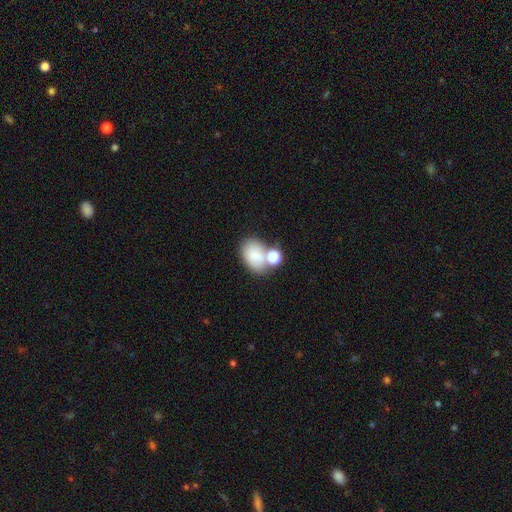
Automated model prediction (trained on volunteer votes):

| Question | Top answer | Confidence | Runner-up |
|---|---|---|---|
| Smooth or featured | smooth | 78% | featured or disk (12%) |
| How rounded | in between | 77% | round (22%) |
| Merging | none | 47% | merger (32%) |